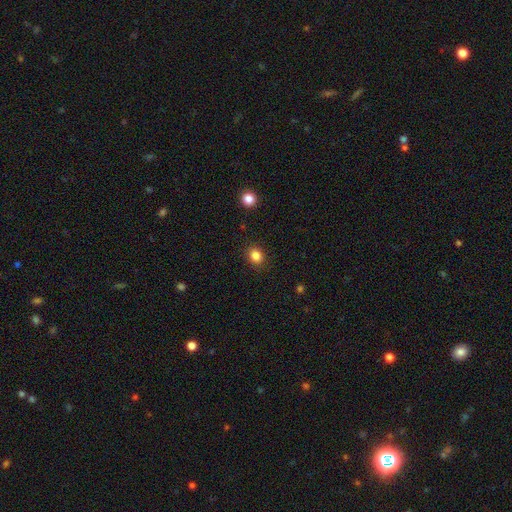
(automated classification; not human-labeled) A smooth galaxy with no disk features (84%) that is round (67%).

Vote fractions:
- Smooth or featured? smooth: 84% / star or artifact: 11% / featured or disk: 5%
- How rounded? round: 67% / in between: 32% / cigar-shaped: 1%
- Merging? none: 89% / minor disturbance: 7% / major disturbance: 2% / merger: 1%